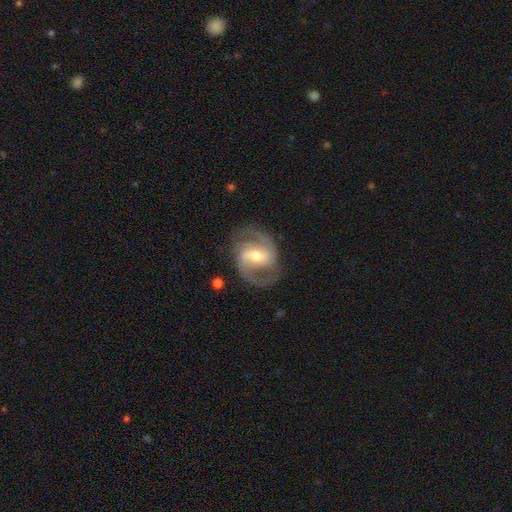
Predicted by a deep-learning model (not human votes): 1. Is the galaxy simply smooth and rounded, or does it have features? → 90% featured or disk, 6% smooth, 4% star or artifact.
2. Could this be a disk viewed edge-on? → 97% no, 3% yes.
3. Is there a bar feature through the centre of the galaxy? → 43% strong (tied), 43% weak (tied), 14% no.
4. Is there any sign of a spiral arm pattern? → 97% yes, 3% no.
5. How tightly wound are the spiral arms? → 60% medium, 24% tight, 16% loose.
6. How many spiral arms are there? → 92% 2, 2% can't tell, 2% 3, 1% 1, 1% 4, 1% more than 4.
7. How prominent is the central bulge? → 59% moderate, 34% small, 5% large, 1% none, 1% dominant.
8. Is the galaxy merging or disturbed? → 81% none, 12% minor disturbance, 6% major disturbance, 1% merger.